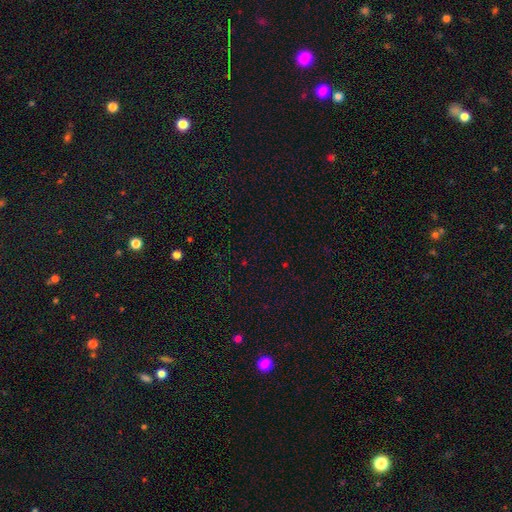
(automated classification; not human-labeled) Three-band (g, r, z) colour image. It shows a star or artifact, not a galaxy (64%).